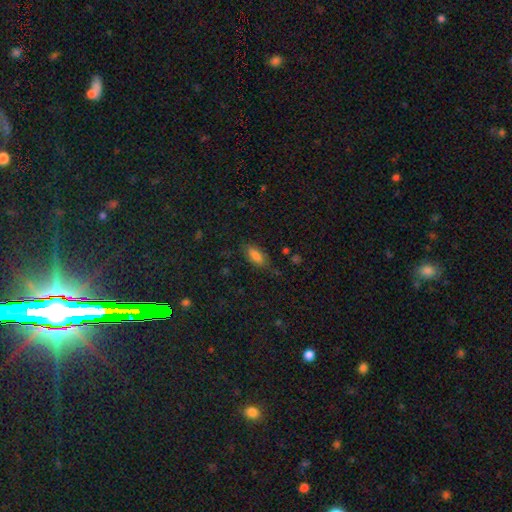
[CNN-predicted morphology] This appears to be a smooth galaxy with no disk features (80%) that is in between round and cigar-shaped (83%). Merging: none (68%).